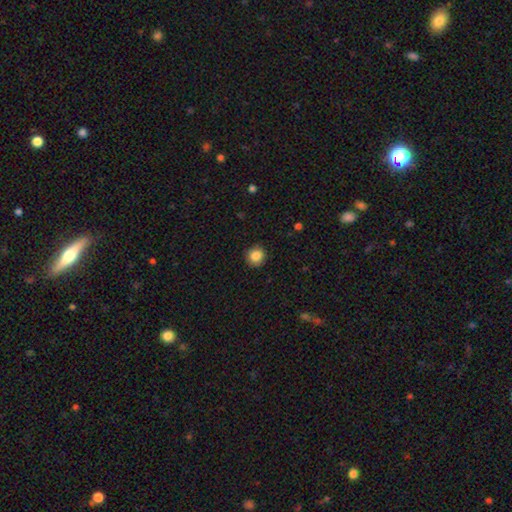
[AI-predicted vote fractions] Smooth or featured?
  - smooth: 86% *
  - star or artifact: 9%
  - featured or disk: 4%
How rounded?
  - round: 92% *
  - in between: 7%
  - cigar-shaped: 1%
Merging?
  - none: 91% *
  - minor disturbance: 6%
  - major disturbance: 2%
  - merger: 1%